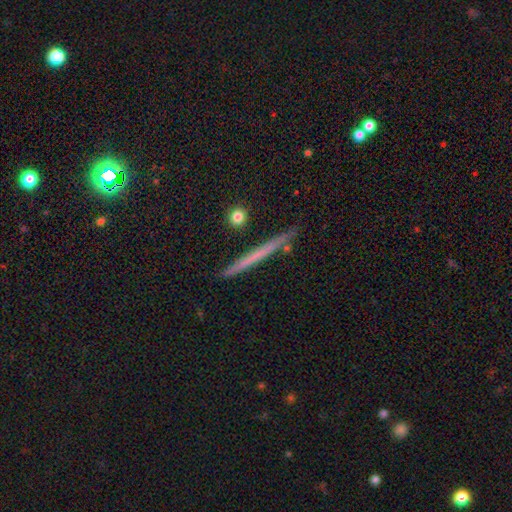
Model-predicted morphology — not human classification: A smooth galaxy with no disk features (47%). Merging: none (88%).